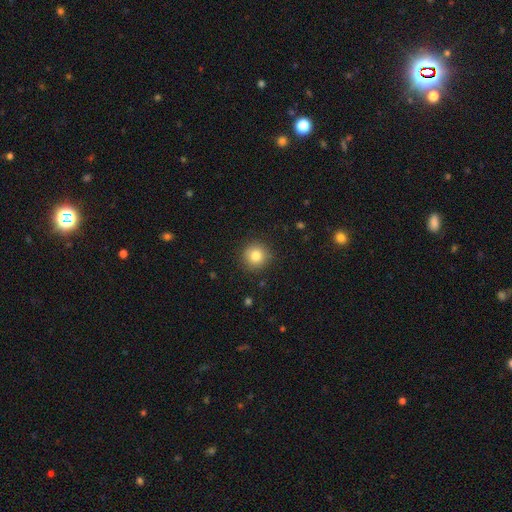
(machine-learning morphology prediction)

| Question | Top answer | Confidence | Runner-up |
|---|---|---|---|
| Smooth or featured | smooth | 82% | star or artifact (10%) |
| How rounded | round | 94% | in between (5%) |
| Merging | none | 90% | minor disturbance (7%) |